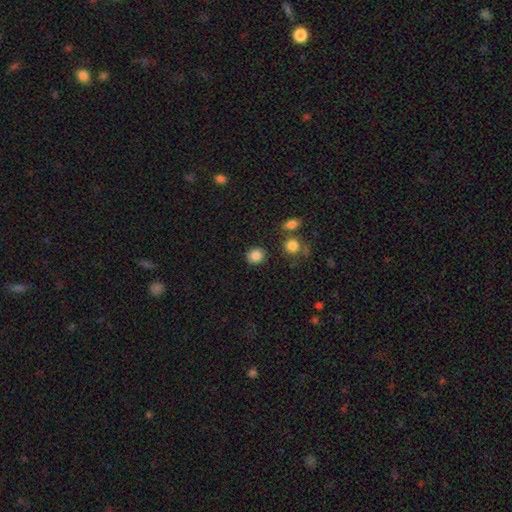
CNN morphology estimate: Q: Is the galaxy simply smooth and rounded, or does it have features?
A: smooth — 86%.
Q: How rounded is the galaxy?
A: round — 84%.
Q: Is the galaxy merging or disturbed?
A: none — 86%.